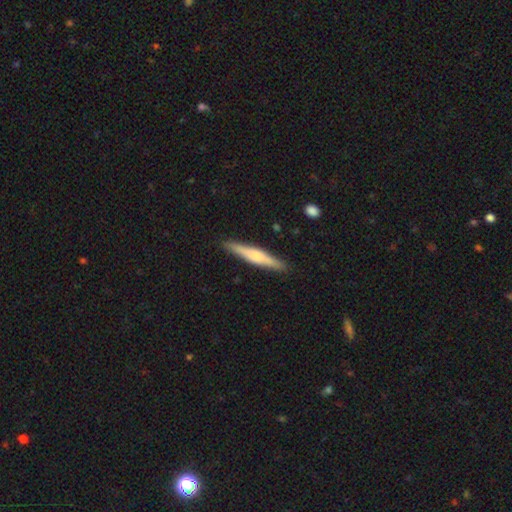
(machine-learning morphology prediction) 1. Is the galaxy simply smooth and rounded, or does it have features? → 51% featured or disk, 44% smooth, 5% star or artifact.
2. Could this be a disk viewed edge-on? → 96% yes, 4% no.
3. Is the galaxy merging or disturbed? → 90% none, 7% minor disturbance, 1% major disturbance, 1% merger.